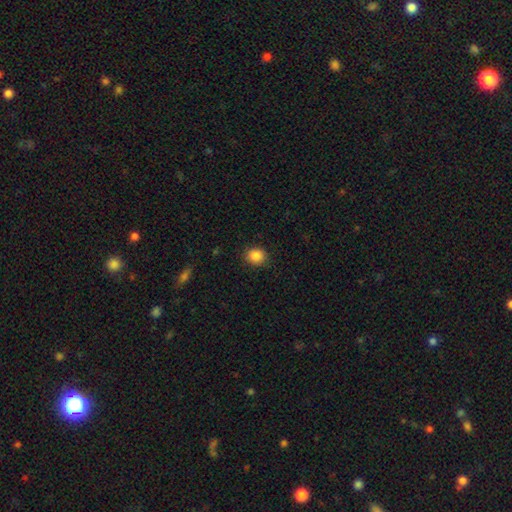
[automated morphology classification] Smooth or featured: smooth — 87% (star or artifact — 9%)
How rounded: round — 73% (in between — 26%)
Merging: none — 88% (minor disturbance — 9%)